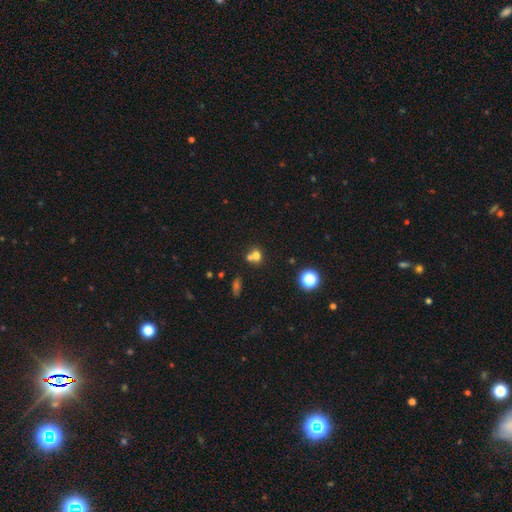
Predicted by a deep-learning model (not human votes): Q: Smooth or featured?
A: smooth (67%); runner-up: star or artifact (18%)
Q: How rounded?
A: round (71%); runner-up: in between (28%)
Q: Merging?
A: merger (51%); runner-up: none (38%)